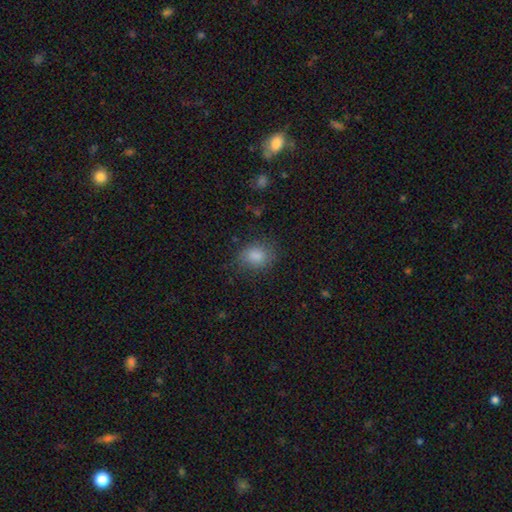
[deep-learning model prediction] A smooth galaxy with no disk features (82%) that is in between round and cigar-shaped (51%).

Vote fractions:
- Smooth or featured? smooth: 82% / star or artifact: 12% / featured or disk: 7%
- How rounded? in between: 51% / round: 48% / cigar-shaped: 1%
- Merging? none: 78% / minor disturbance: 16% / major disturbance: 5% / merger: 1%